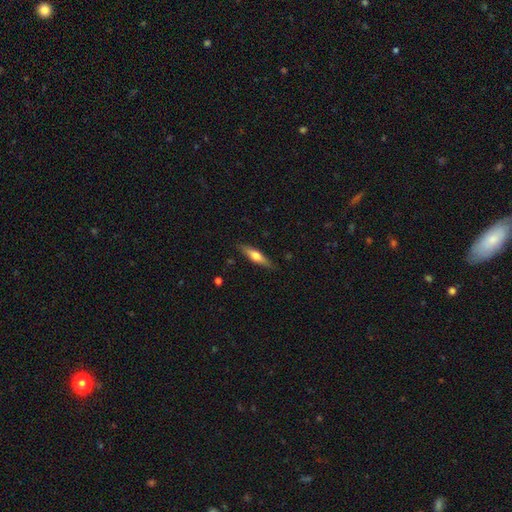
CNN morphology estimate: This is possibly a featured or disk galaxy (48%). Merging: clearly none (87%).